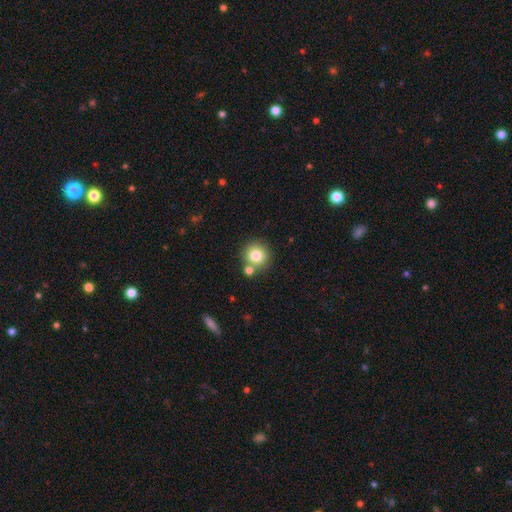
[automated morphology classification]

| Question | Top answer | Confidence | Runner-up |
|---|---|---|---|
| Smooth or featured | smooth | 80% | star or artifact (11%) |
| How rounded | round | 93% | in between (6%) |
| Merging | none | 74% | merger (15%) |